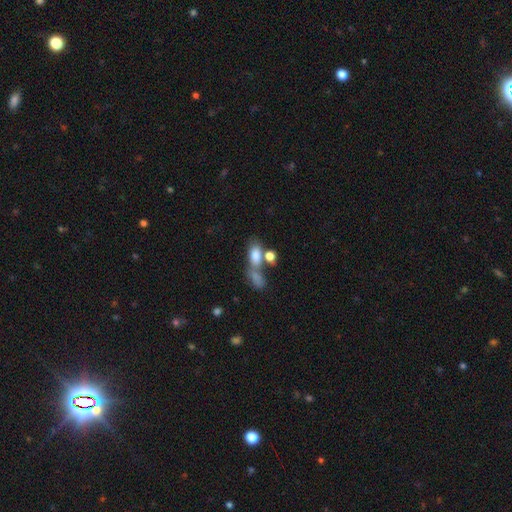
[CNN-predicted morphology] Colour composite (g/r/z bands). It shows a smooth galaxy with no disk features (77%) that is in between round and cigar-shaped (83%). Merging: merger (46%).